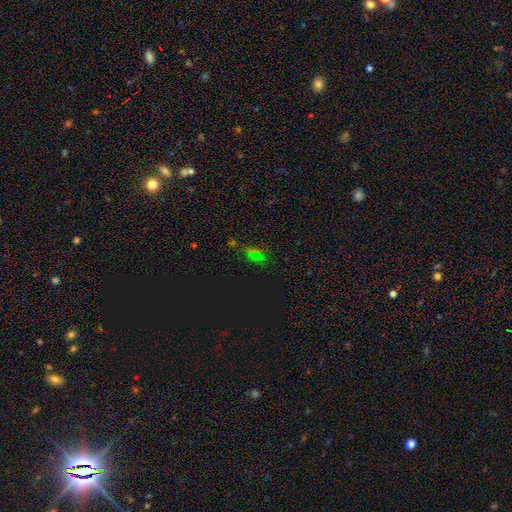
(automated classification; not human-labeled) Overall: star or artifact (63%; smooth 28%).